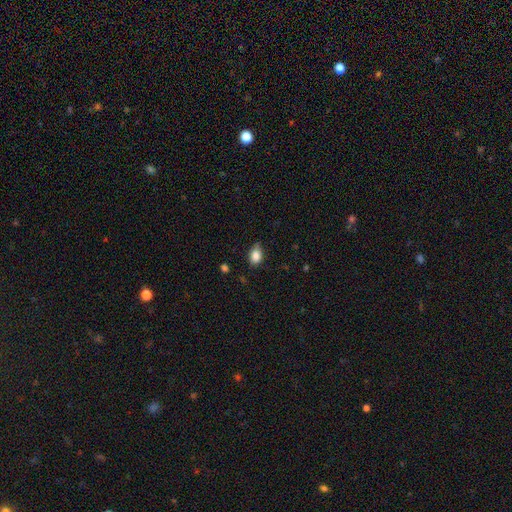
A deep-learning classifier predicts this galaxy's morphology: type=smooth (86%); roundness=in between (79%); merging=none (71%).